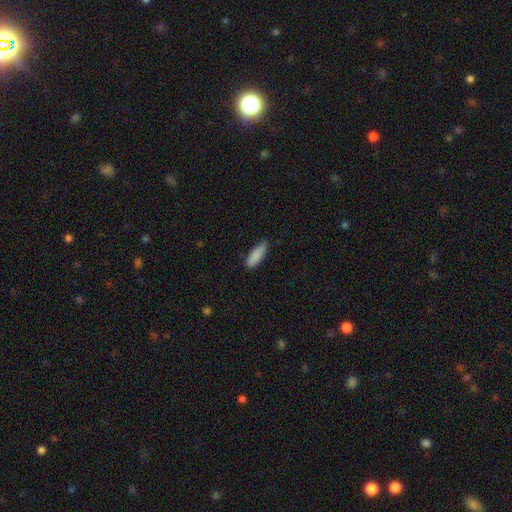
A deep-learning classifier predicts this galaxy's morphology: smooth 88%, star or artifact 6%, featured or disk 6%. Down the decision tree: how rounded — in between (53%); merging — none (70%).